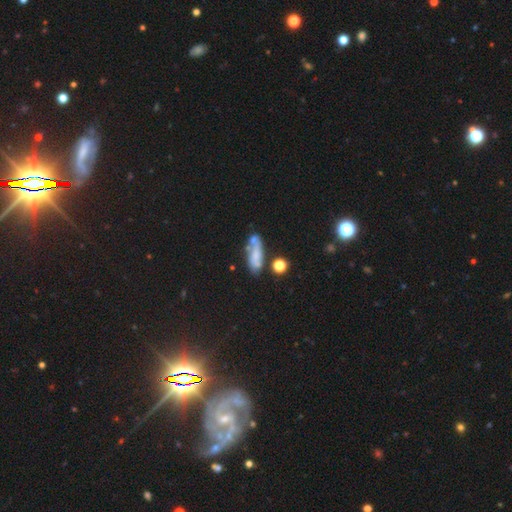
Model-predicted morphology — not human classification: Overall: smooth (57%; featured or disk 32%). How rounded: in between (58%; cigar-shaped 37%). Merging: none (44%; merger 23%).